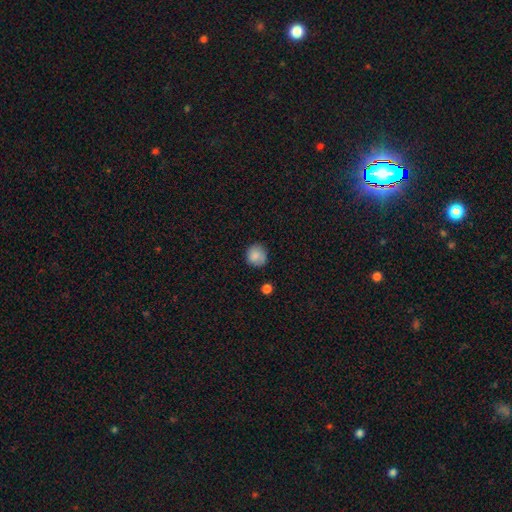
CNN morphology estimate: Smooth or featured? Predicted: smooth (p=0.86). How rounded? Predicted: round (p=0.89). Merging? Predicted: none (p=0.79).